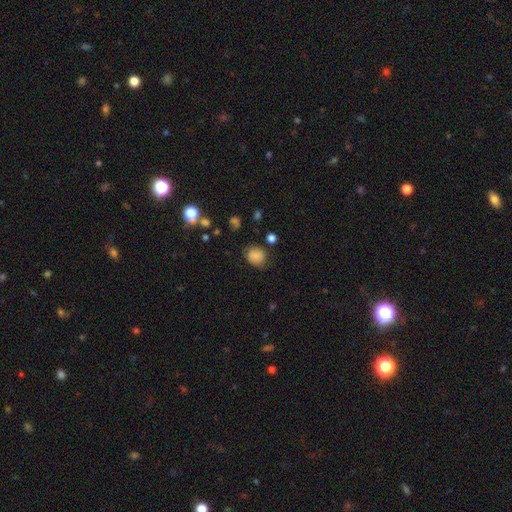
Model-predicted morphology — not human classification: Smooth or featured?
  - smooth: 81% *
  - star or artifact: 11%
  - featured or disk: 8%
How rounded?
  - round: 66% *
  - in between: 33%
  - cigar-shaped: 1%
Merging?
  - none: 72% *
  - minor disturbance: 20%
  - major disturbance: 6%
  - merger: 3%